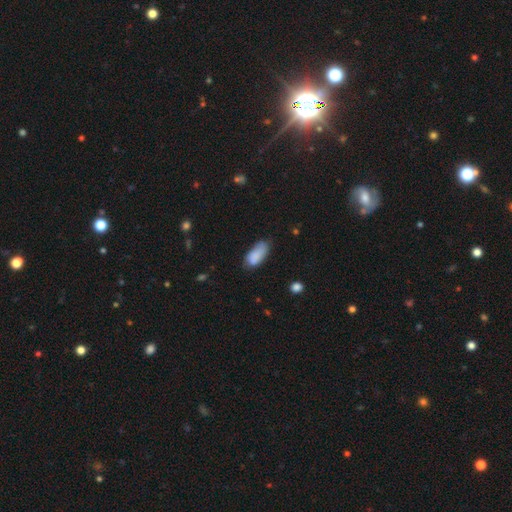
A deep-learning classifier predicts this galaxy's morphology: Smooth or featured?
  - smooth: 86% *
  - star or artifact: 7%
  - featured or disk: 7%
How rounded?
  - in between: 89% *
  - cigar-shaped: 8%
  - round: 2%
Merging?
  - none: 57% *
  - minor disturbance: 32%
  - major disturbance: 9%
  - merger: 3%